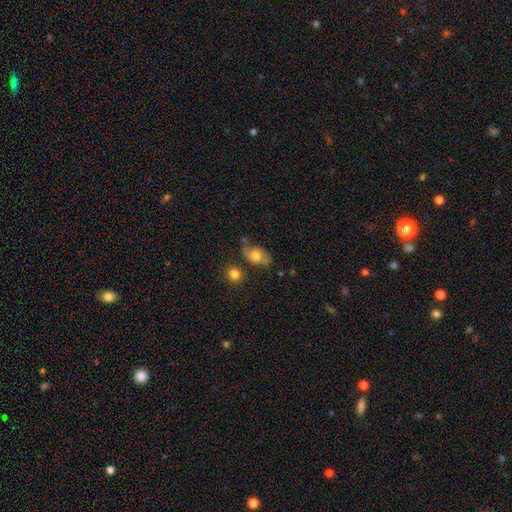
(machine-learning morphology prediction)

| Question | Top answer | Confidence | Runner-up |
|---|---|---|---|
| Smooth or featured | smooth | 62% | featured or disk (29%) |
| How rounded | in between | 82% | round (15%) |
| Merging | none | 58% | minor disturbance (25%) |